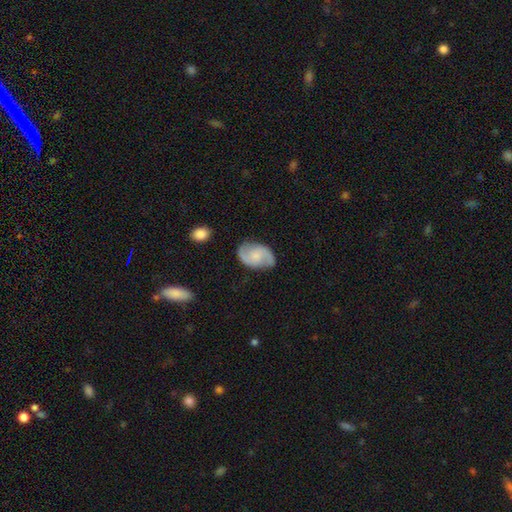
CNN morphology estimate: A featured or disk galaxy (75%) with no bar (58%), 2 (92%) medium (49%) spiral arms (95%) and a small central bulge (37%). Merging: none (79%).